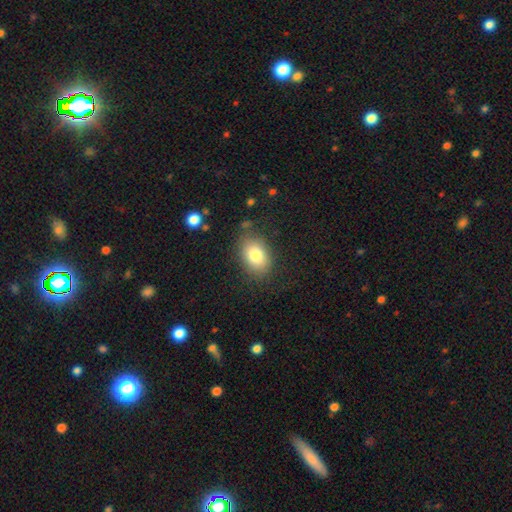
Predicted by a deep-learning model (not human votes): Smooth or featured?
  - smooth: 80% *
  - featured or disk: 11%
  - star or artifact: 9%
How rounded?
  - in between: 80% *
  - round: 19%
  - cigar-shaped: 1%
Merging?
  - none: 79% *
  - minor disturbance: 14%
  - major disturbance: 5%
  - merger: 2%